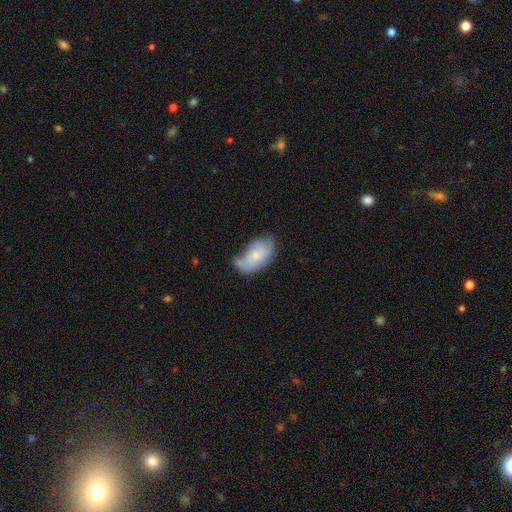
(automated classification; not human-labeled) smooth_or_featured: smooth (p=0.59) [alt: featured or disk p=0.34]
how_rounded: in between (p=0.92) [alt: round p=0.05]
merging: none (p=0.39) [alt: minor disturbance p=0.37]